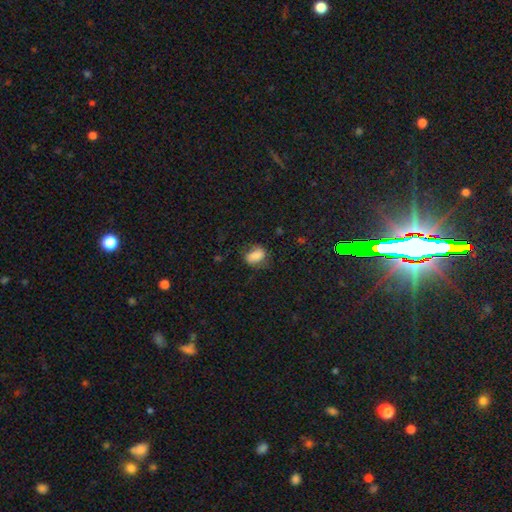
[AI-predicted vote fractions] This is likely a smooth galaxy (75%). How rounded: likely in between (80%). Merging: possibly none (60%).